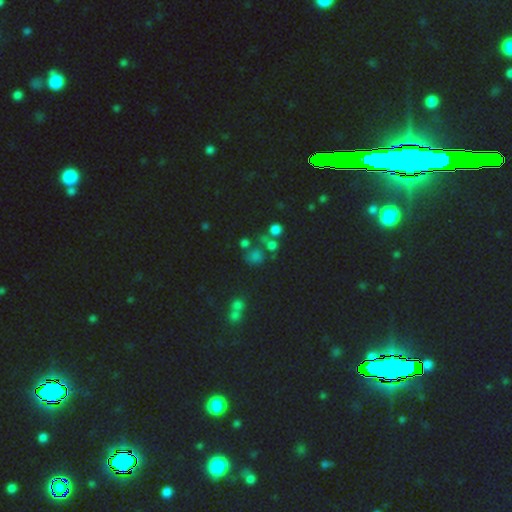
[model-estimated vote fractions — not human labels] A smooth galaxy with no disk features (46%). Merging: none (54%).